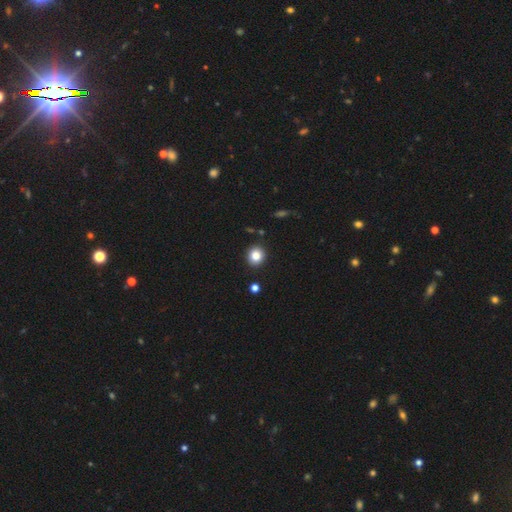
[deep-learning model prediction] smooth-or-featured: smooth: 84% | star or artifact: 11% | featured or disk: 5%
  how-rounded: round: 85% | in between: 15% | cigar-shaped: 1%
  merging: none: 90% | minor disturbance: 6% | merger: 2% | major disturbance: 2%